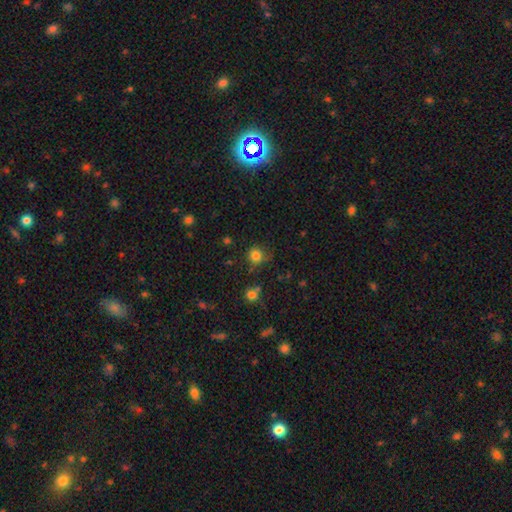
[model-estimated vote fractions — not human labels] This appears to be a smooth galaxy with no disk features (82%) that is round (89%). Merging: none (72%).